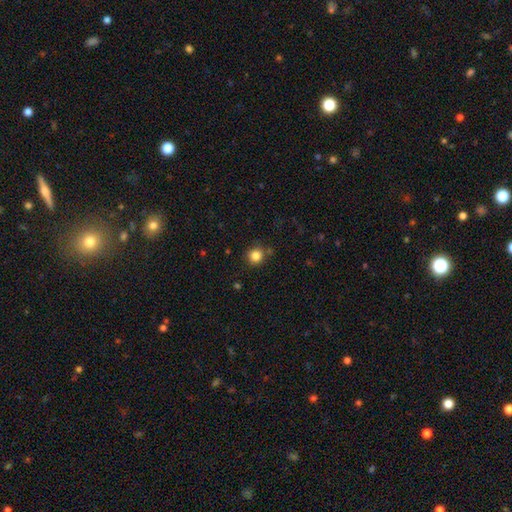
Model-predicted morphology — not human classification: This is clearly a smooth galaxy (83%). How rounded: clearly round (89%). Merging: clearly none (82%).